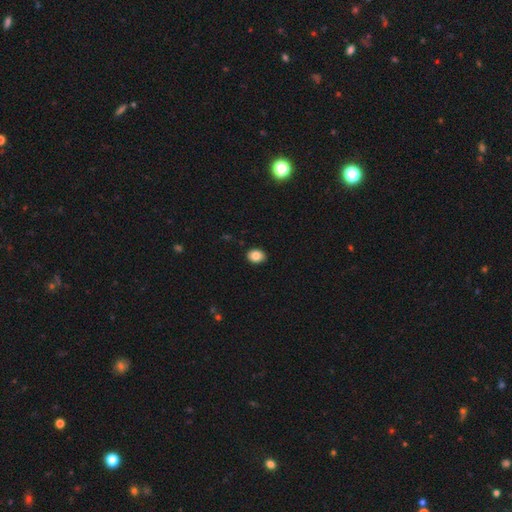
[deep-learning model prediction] Smooth or featured? smooth (85%)
How rounded? in between (61%)
Merging? none (90%)